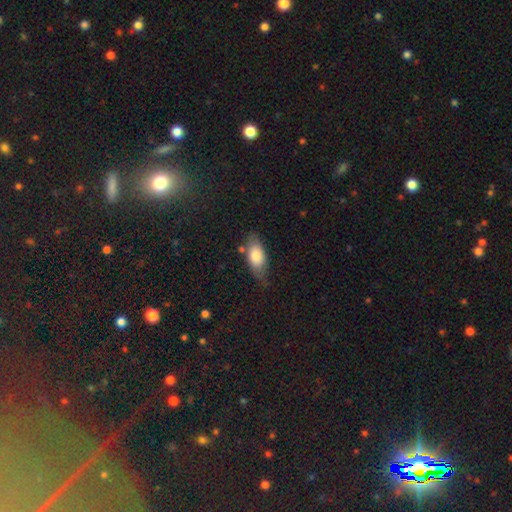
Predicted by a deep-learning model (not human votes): Morphology: type=smooth (78%); roundness=in between (86%); merging=none (64%).